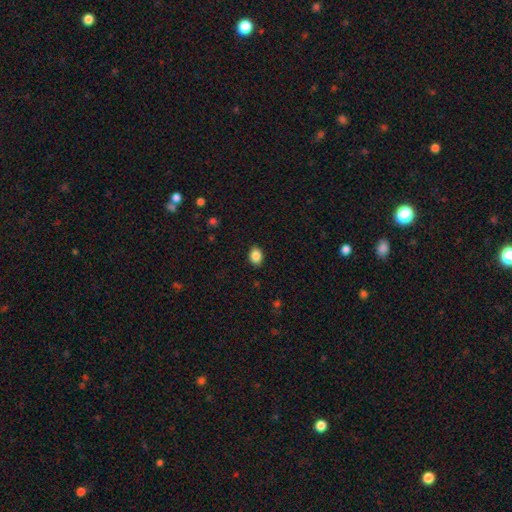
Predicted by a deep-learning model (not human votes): Morphology: type=smooth (86%); roundness=in between (70%); merging=none (88%).